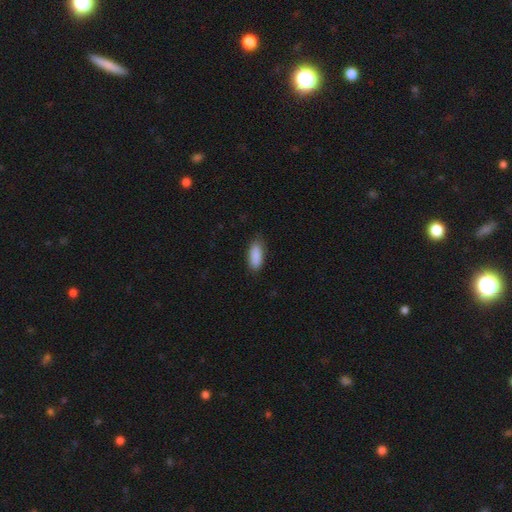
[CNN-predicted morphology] Smooth or featured: smooth — 90% (star or artifact — 6%)
How rounded: in between — 79% (cigar-shaped — 19%)
Merging: none — 81% (minor disturbance — 15%)